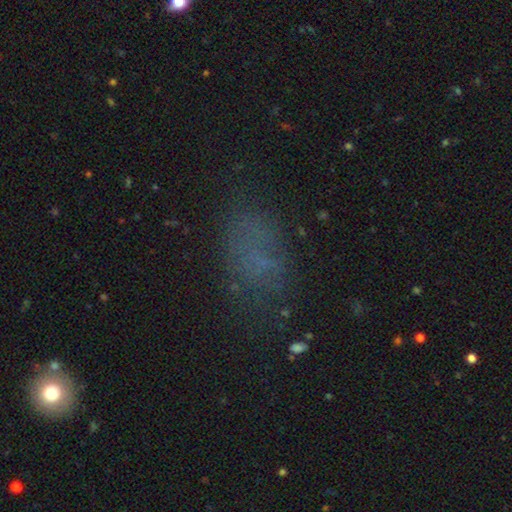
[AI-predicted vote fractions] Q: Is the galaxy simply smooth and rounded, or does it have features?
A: smooth — 58%.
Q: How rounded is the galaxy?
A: in between — 85%.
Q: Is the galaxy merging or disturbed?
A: none — 66%.